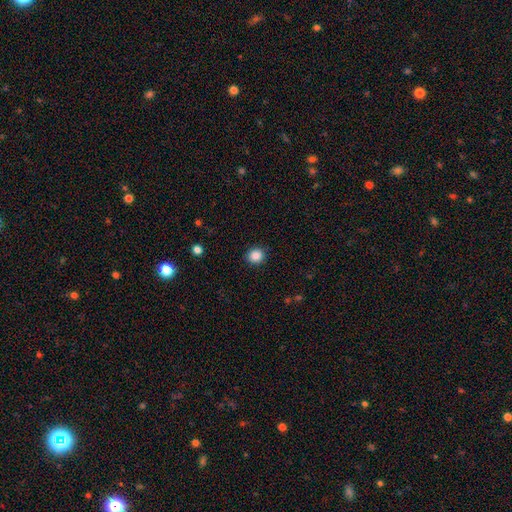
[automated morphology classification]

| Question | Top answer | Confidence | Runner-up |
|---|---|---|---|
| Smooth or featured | smooth | 87% | star or artifact (10%) |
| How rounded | round | 85% | in between (14%) |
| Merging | none | 89% | minor disturbance (7%) |